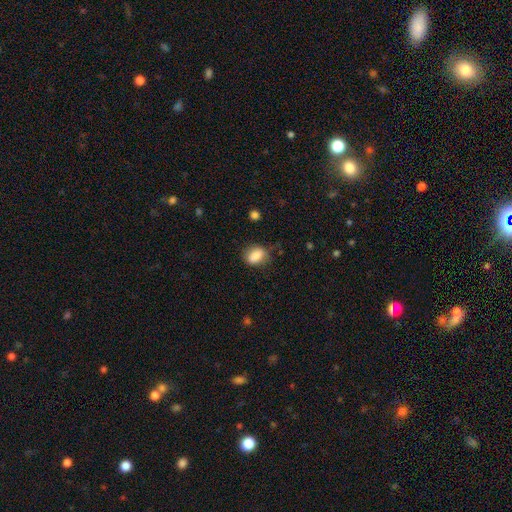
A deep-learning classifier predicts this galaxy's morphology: The model was most divided on "merging": none: 69%, minor disturbance: 23%, major disturbance: 6%, merger: 2%. More confident: smooth or featured — smooth (86%); how rounded — in between (73%).